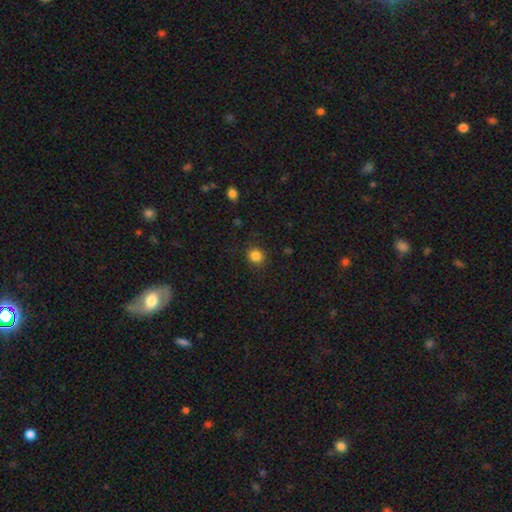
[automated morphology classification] Overall: smooth (85%). How rounded: round (85%). Merging: none (88%).